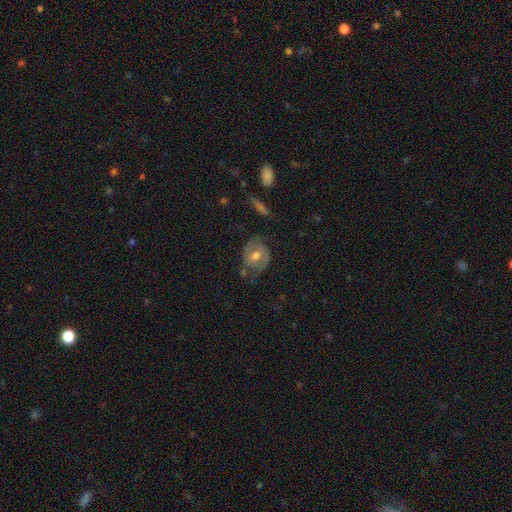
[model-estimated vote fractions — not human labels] Smooth or featured? featured or disk (50%)
Merging? none (57%)